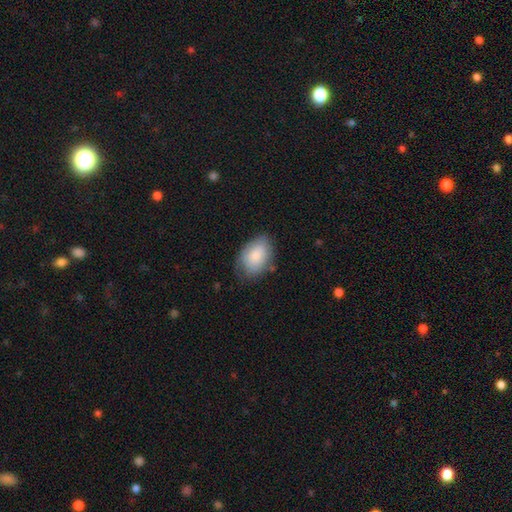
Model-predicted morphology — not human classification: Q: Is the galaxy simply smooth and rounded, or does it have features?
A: smooth — 82%.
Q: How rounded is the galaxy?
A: in between — 88%.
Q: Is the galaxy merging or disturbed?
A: none — 66%.